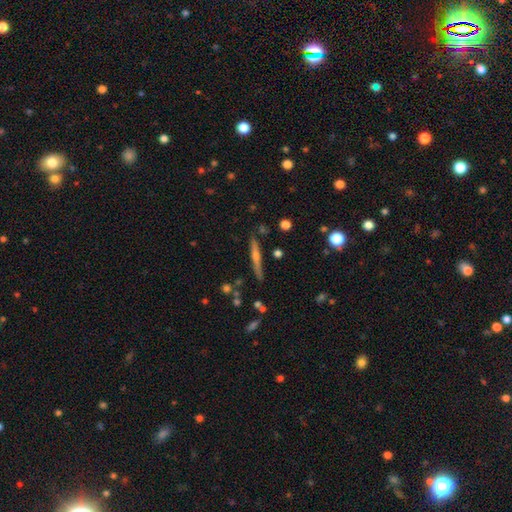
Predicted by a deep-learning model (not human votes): Smooth or featured? featured or disk (65%)
Edge-on disk? yes (96%)
Edge-on bulge? rounded (75%)
Merging? none (85%)